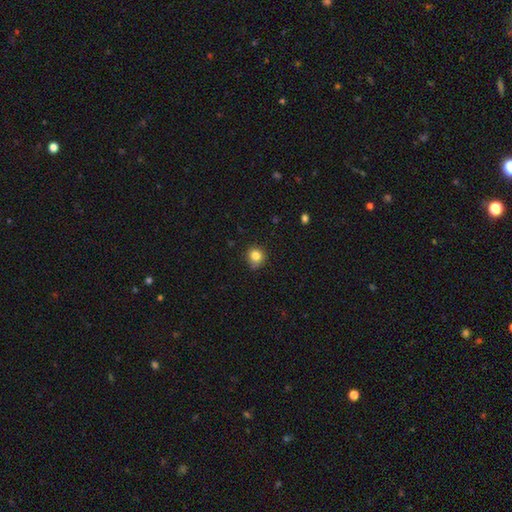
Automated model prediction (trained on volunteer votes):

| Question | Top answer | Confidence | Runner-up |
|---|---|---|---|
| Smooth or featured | smooth | 82% | star or artifact (12%) |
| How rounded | round | 85% | in between (14%) |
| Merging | none | 70% | minor disturbance (24%) |